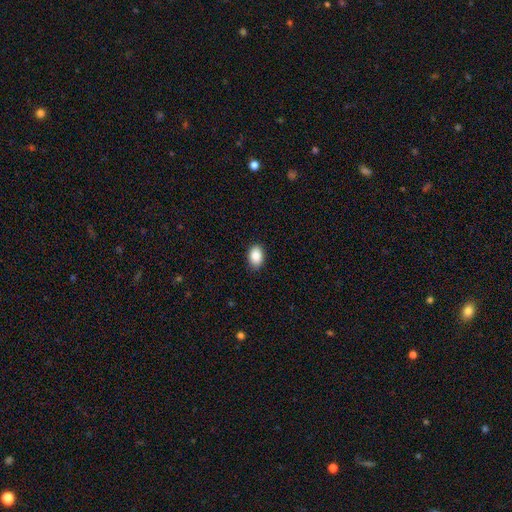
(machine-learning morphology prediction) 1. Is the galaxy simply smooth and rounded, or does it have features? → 88% smooth, 7% star or artifact, 4% featured or disk.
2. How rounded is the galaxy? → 85% in between, 14% round, 1% cigar-shaped.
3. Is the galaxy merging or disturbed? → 87% none, 10% minor disturbance, 2% major disturbance, 1% merger.